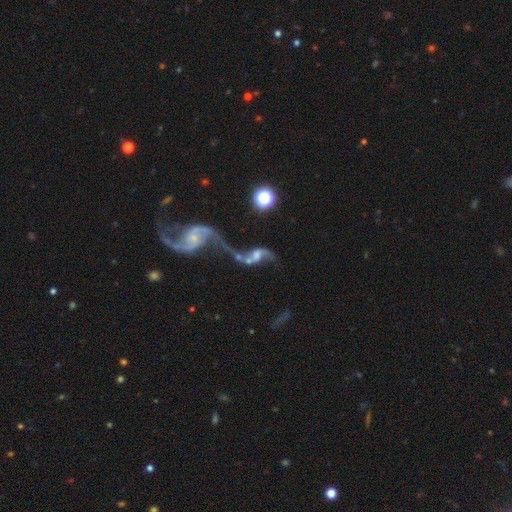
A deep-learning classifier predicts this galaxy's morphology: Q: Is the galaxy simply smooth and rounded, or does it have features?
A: featured or disk — 78%.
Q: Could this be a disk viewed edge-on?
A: no — 95%.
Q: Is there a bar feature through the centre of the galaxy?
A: no — 48%.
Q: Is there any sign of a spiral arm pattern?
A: yes — 87%.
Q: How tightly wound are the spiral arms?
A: loose — 87%.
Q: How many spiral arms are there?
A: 2 — 86%.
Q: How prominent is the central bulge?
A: small — 32%.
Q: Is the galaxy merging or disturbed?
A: merger — 62%.